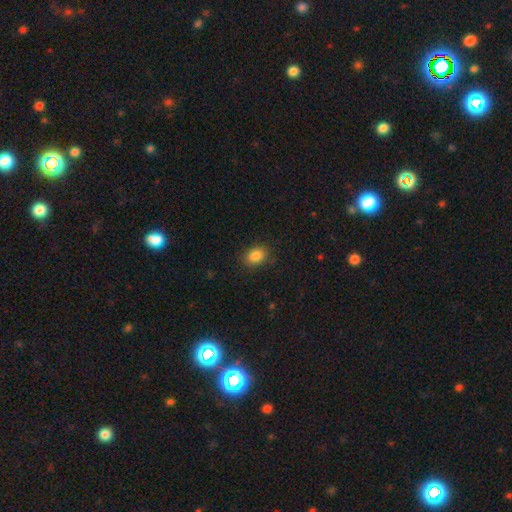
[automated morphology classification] Smooth or featured?
  - smooth: 86% *
  - star or artifact: 9%
  - featured or disk: 5%
How rounded?
  - in between: 66% *
  - round: 33%
  - cigar-shaped: 1%
Merging?
  - none: 87% *
  - minor disturbance: 10%
  - major disturbance: 3%
  - merger: 1%